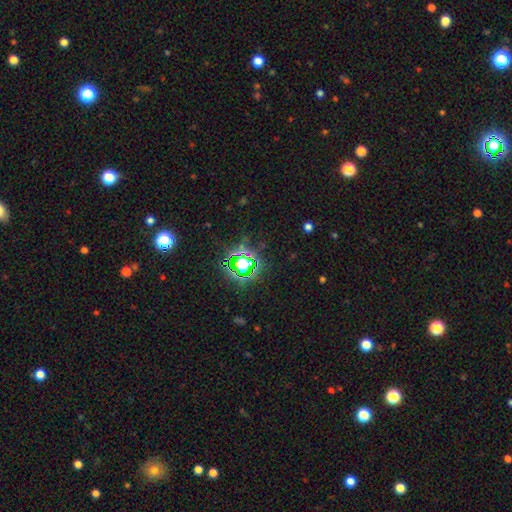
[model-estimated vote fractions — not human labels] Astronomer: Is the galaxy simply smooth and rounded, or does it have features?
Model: star or artifact — 80%.